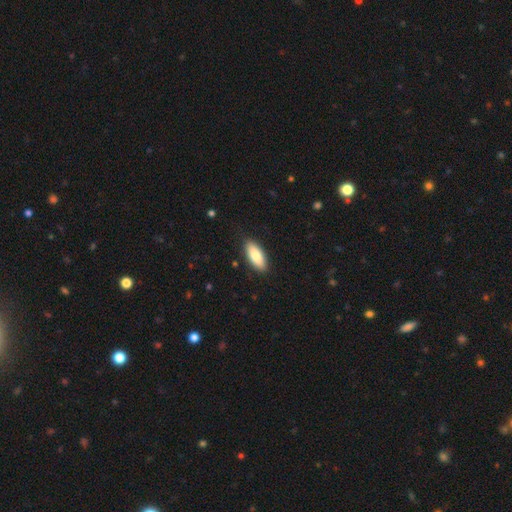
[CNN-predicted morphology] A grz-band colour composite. It shows a smooth galaxy with no disk features (82%) that is in between round and cigar-shaped (82%). Merging: none (87%).